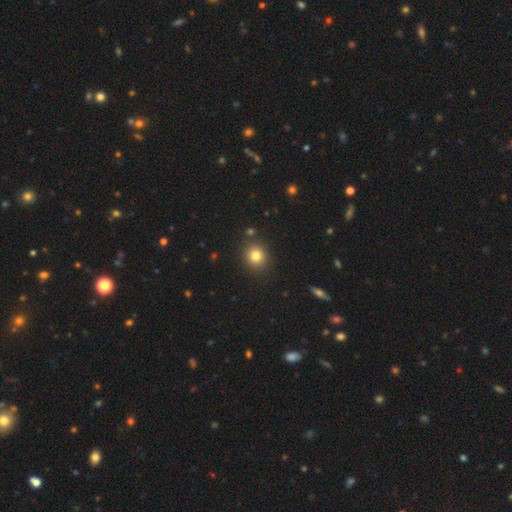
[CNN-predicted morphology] A smooth galaxy with no disk features (80%) that is round (85%). Merging: none (88%).